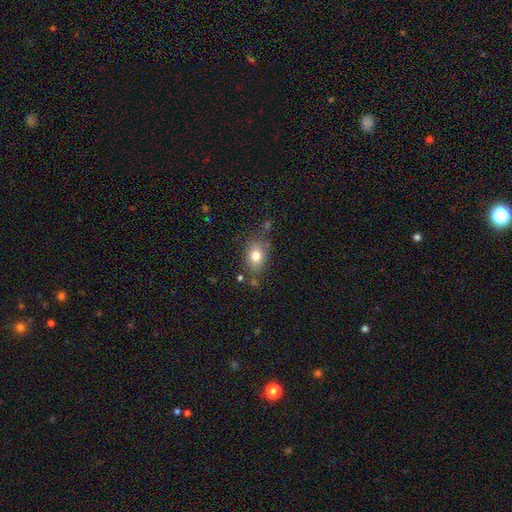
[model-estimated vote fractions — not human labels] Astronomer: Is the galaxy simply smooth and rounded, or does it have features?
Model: smooth — 78%.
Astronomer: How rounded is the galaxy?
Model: in between — 65%.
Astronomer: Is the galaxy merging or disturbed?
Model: none — 72%.